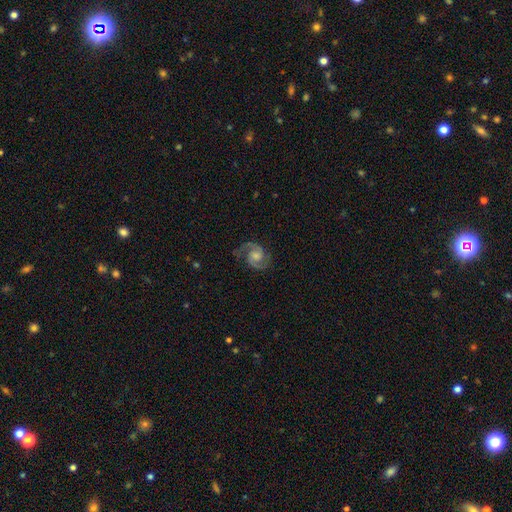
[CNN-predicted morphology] A featured or disk galaxy (90%) with no bar (57%), 2 (93%) medium (60%) spiral arms (98%) and a moderate central bulge (49%).

Vote fractions:
- Smooth or featured? featured or disk: 90% / star or artifact: 5% / smooth: 5%
- Edge-on disk? no: 98% / yes: 2%
- Bar? no: 57% / weak: 36% / strong: 6%
- Spiral arms? yes: 98% / no: 2%
- Spiral winding? medium: 60% / tight: 26% / loose: 14%
- Spiral arm count? 2: 93% / can't tell: 2% / 1: 2% / 3: 1% / 4: 1% / more than 4: 1%
- Bulge size? moderate: 49% / small: 32% / none: 9% / large: 8% / dominant: 1%
- Merging? none: 81% / minor disturbance: 13% / major disturbance: 4% / merger: 1%